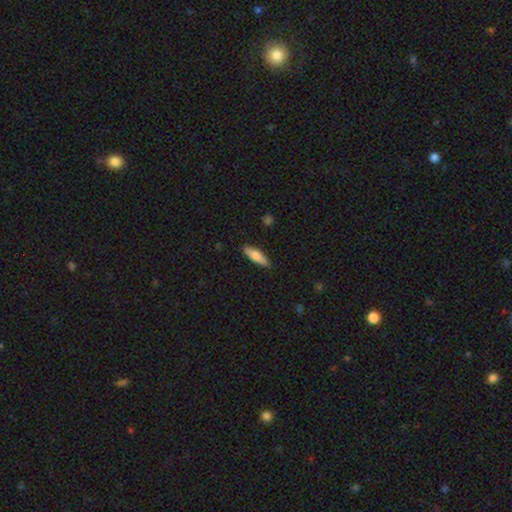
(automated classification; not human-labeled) smooth-or-featured: smooth: 71% | featured or disk: 23% | star or artifact: 6%
  how-rounded: cigar-shaped: 60% | in between: 38% | round: 2%
  merging: none: 88% | minor disturbance: 9% | major disturbance: 2% | merger: 1%